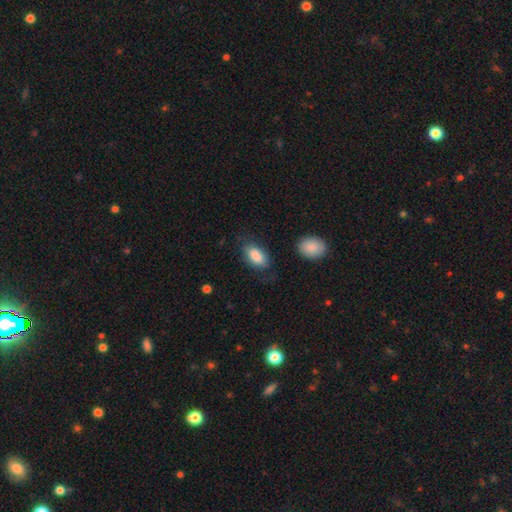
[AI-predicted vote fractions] Morphology: type=smooth (87%); roundness=in between (93%); merging=none (76%).